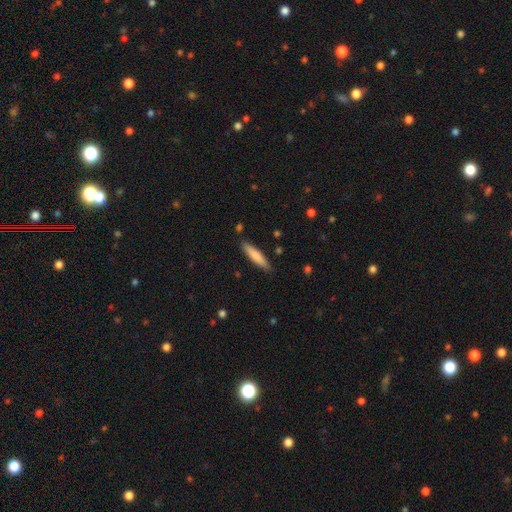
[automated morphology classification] smooth-or-featured: smooth: 75% | featured or disk: 20% | star or artifact: 5%
  how-rounded: cigar-shaped: 84% | in between: 15% | round: 1%
  merging: none: 86% | minor disturbance: 10% | merger: 2% | major disturbance: 2%